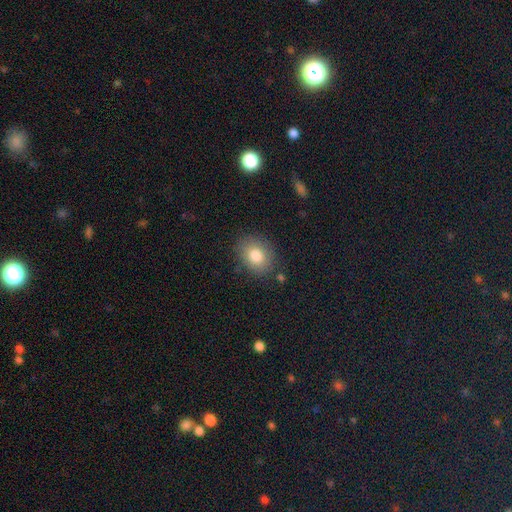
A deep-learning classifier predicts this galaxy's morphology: Smooth or featured? smooth (82%)
How rounded? in between (57%)
Merging? none (82%)